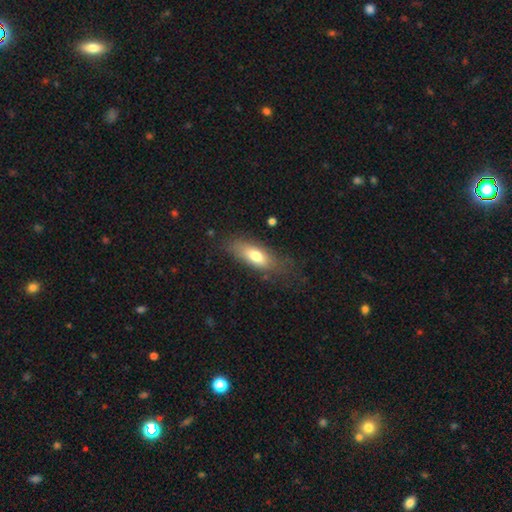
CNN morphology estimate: Smooth or featured: smooth — 70% (featured or disk — 22%)
How rounded: in between — 75% (cigar-shaped — 22%)
Merging: none — 67% (minor disturbance — 21%)